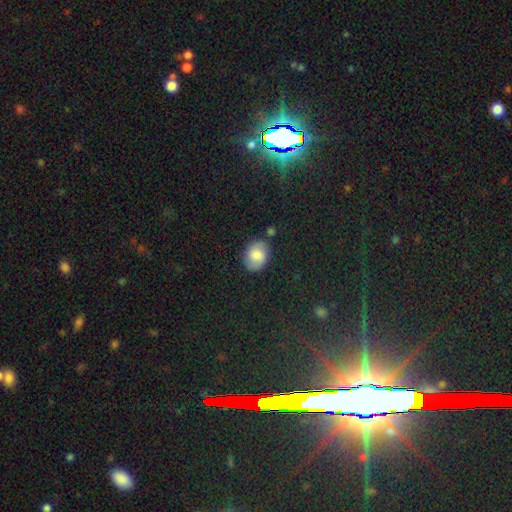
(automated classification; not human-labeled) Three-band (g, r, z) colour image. It shows a star or artifact, not a galaxy (60%).